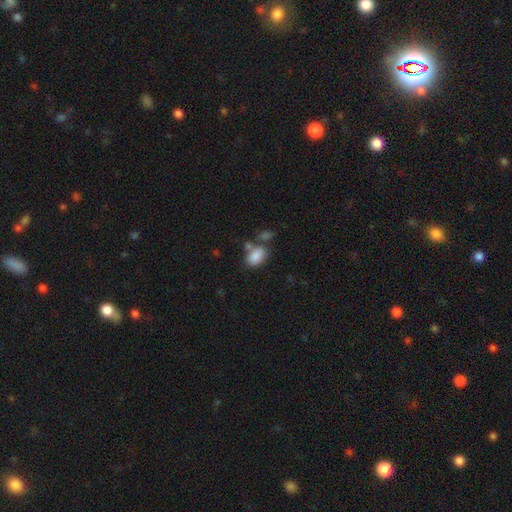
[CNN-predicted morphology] This appears to be a smooth galaxy with no disk features (84%) that is in between round and cigar-shaped (88%). Merging: none (47%).